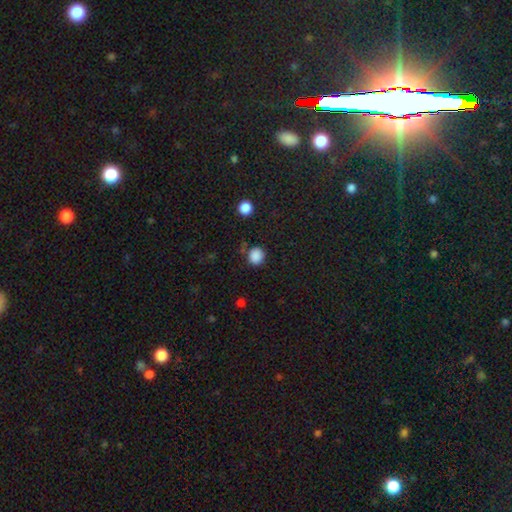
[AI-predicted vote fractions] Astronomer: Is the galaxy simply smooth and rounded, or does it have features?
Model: smooth — 86%.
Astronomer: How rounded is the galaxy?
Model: round — 89%.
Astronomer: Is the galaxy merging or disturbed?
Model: none — 83%.